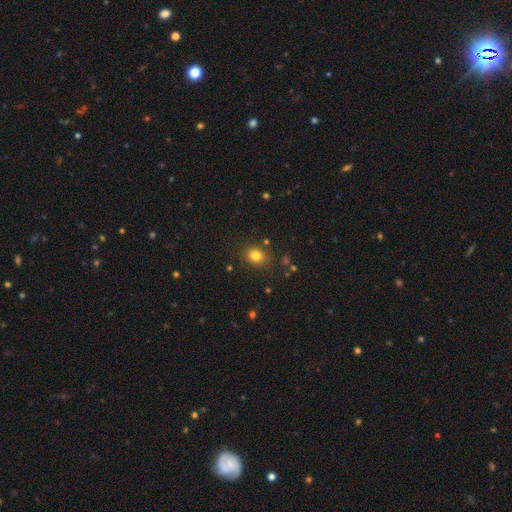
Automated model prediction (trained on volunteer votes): The model was most divided on "how rounded": round: 61%, in between: 38%, cigar-shaped: 1%. More confident: merging — none (84%); smooth or featured — smooth (81%).